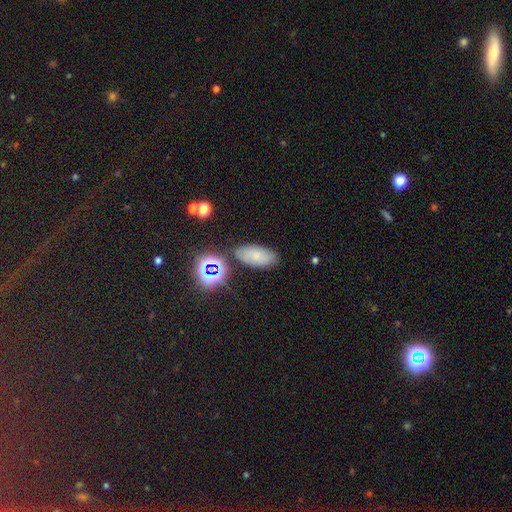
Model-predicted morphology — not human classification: The model was most divided on "smooth or featured": smooth: 68%, star or artifact: 19%, featured or disk: 13%. More confident: how rounded — in between (90%); merging — none (79%).